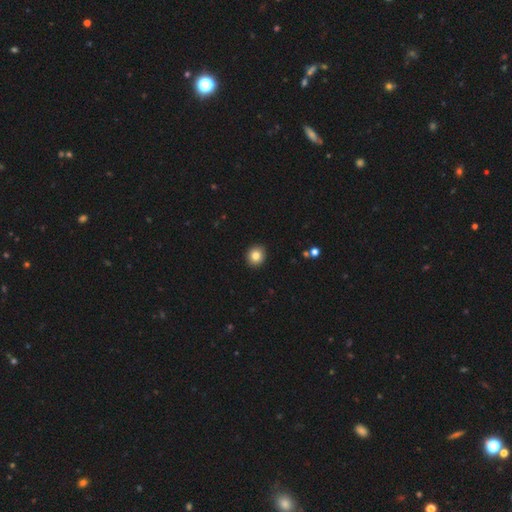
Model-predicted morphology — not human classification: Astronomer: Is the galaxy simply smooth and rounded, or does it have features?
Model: smooth — 83%.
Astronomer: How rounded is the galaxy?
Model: round — 86%.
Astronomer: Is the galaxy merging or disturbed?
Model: none — 92%.